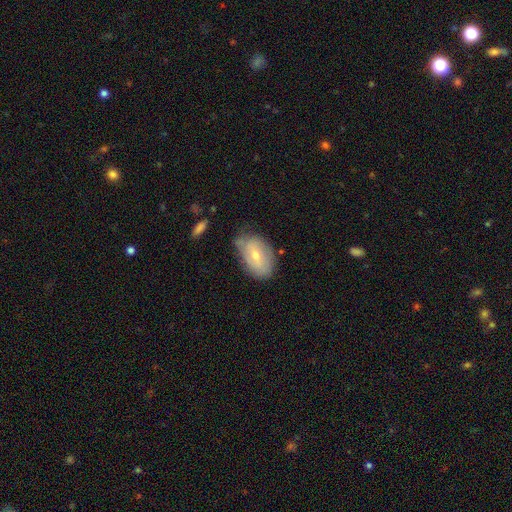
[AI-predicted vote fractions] smooth-or-featured: smooth: 53% | featured or disk: 39% | star or artifact: 7%
  how-rounded: in between: 89% | round: 9% | cigar-shaped: 2%
  merging: none: 59% | minor disturbance: 29% | major disturbance: 7% | merger: 5%